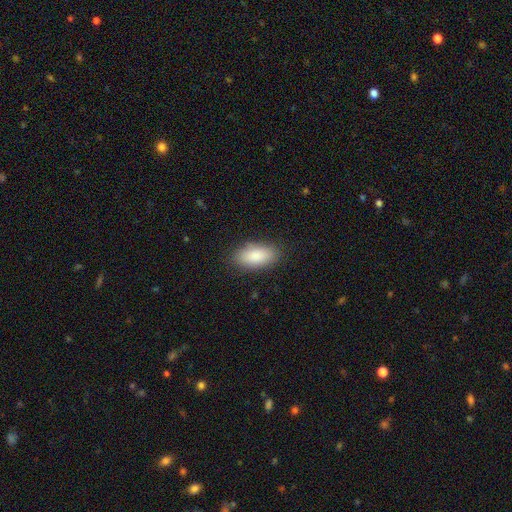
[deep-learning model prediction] This appears to be a smooth galaxy with no disk features (87%) that is in between round and cigar-shaped (92%). Merging: none (85%).